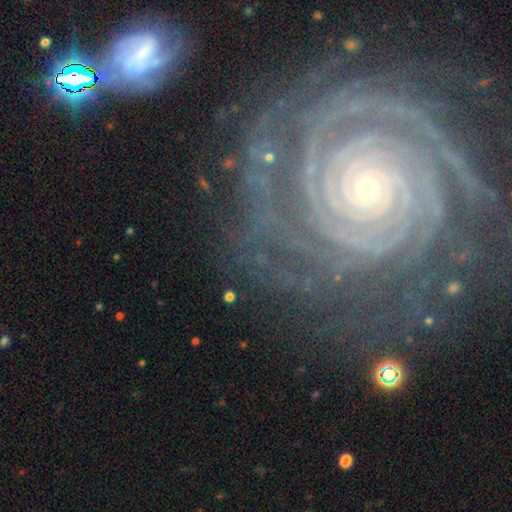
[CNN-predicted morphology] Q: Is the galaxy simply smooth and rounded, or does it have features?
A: featured or disk — 89%.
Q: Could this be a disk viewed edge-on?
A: no — 97%.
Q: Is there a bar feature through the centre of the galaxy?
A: no — 77%.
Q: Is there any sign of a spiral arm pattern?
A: yes — 98%.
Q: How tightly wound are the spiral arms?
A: tight — 90%.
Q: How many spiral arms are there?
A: more than 4 — 24%.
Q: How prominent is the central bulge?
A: small — 84%.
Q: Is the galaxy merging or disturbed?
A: none — 73%.